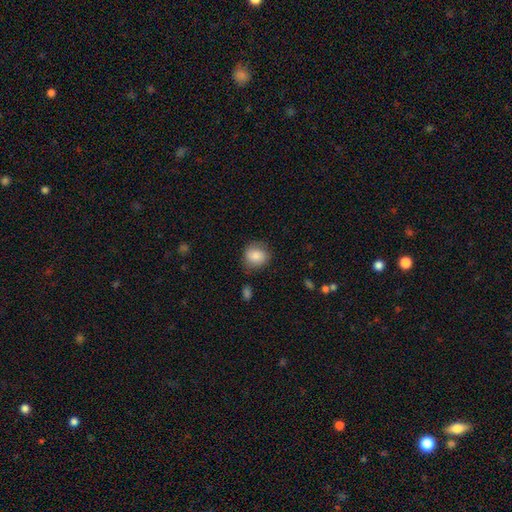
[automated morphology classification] A smooth galaxy with no disk features (82%) that is round (77%).

Vote fractions:
- Smooth or featured? smooth: 82% / featured or disk: 10% / star or artifact: 8%
- How rounded? round: 77% / in between: 22% / cigar-shaped: 1%
- Merging? none: 77% / minor disturbance: 17% / major disturbance: 5% / merger: 2%